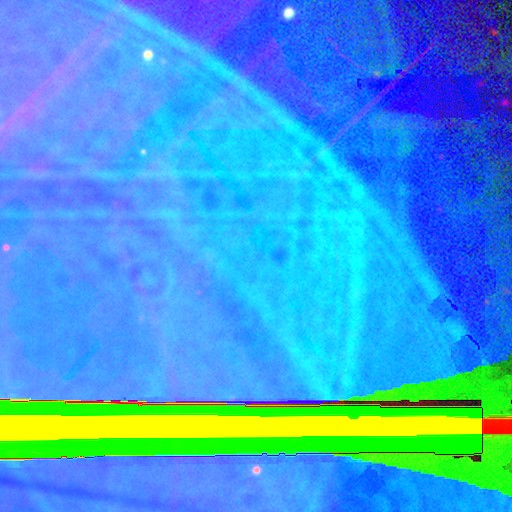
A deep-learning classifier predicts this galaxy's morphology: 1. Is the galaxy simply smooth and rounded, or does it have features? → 87% star or artifact, 7% featured or disk, 6% smooth.